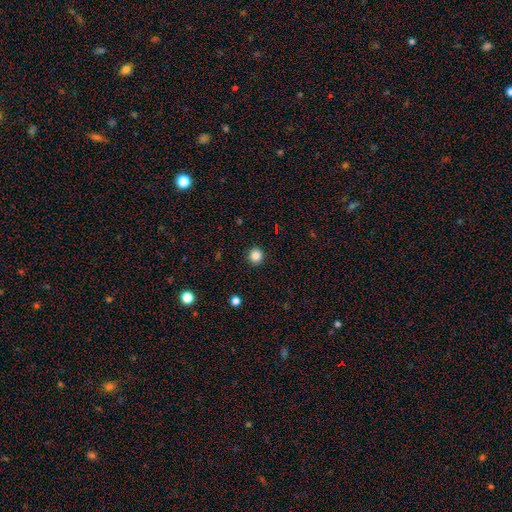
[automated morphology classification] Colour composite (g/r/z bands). It shows a smooth galaxy with no disk features (85%) that is round (93%). Merging: none (92%).